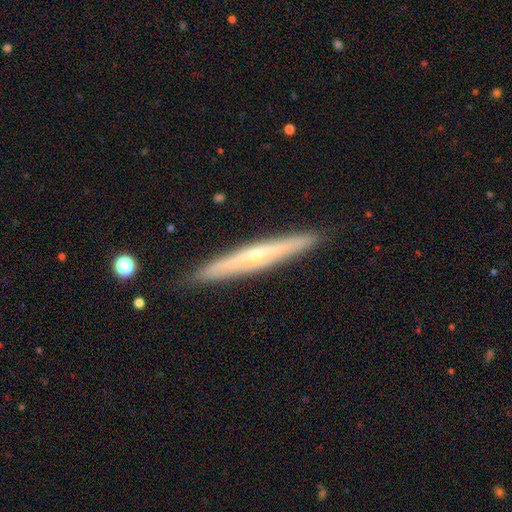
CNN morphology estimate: The model was most divided on "edge-on bulge": rounded: 67%, none: 30%, boxy: 3%. More confident: edge-on disk — yes (95%); merging — none (90%); smooth or featured — featured or disk (69%).